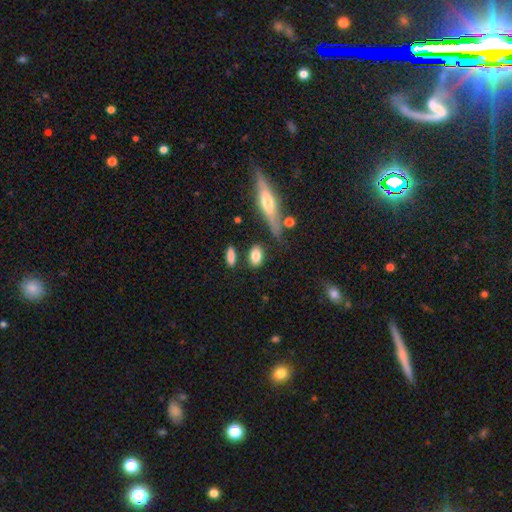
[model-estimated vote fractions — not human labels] A smooth galaxy with no disk features (81%) that is in between round and cigar-shaped (79%). Merging: none (76%).